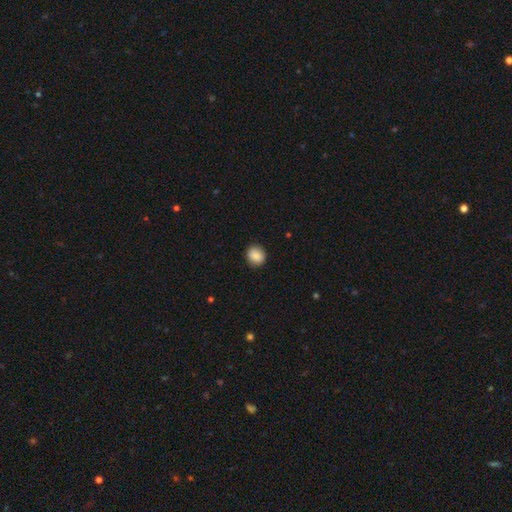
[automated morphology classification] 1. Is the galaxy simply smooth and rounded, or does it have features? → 87% smooth, 8% star or artifact, 5% featured or disk.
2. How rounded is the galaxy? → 82% round, 18% in between, 1% cigar-shaped.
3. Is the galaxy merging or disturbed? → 90% none, 7% minor disturbance, 2% major disturbance, 1% merger.